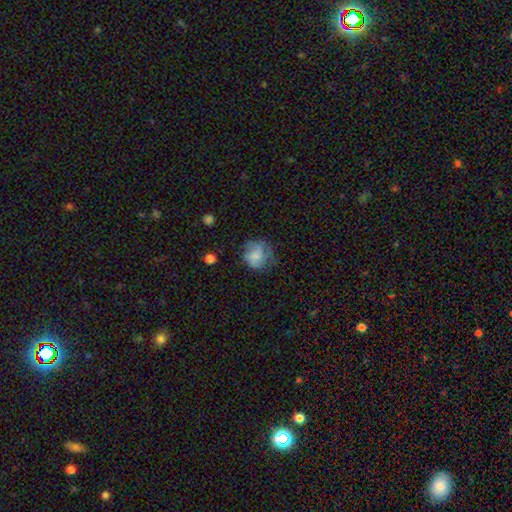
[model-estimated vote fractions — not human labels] Smooth or featured?
  - smooth: 67% *
  - featured or disk: 24%
  - star or artifact: 9%
How rounded?
  - round: 76% *
  - in between: 23%
  - cigar-shaped: 1%
Merging?
  - none: 51% *
  - minor disturbance: 28%
  - major disturbance: 19%
  - merger: 2%